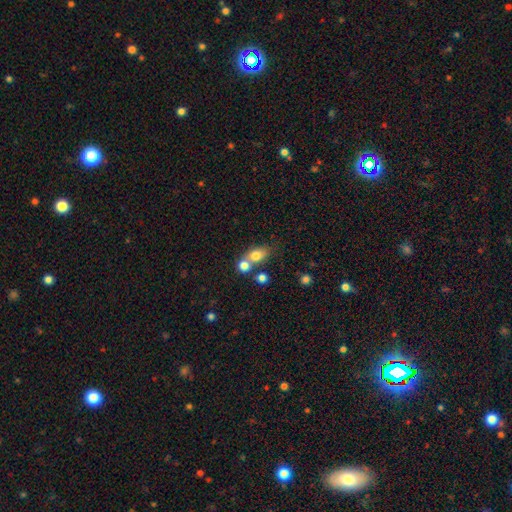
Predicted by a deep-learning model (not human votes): This appears to be a smooth galaxy with no disk features (76%) that is in between round and cigar-shaped (60%). Merging: merger (45%).